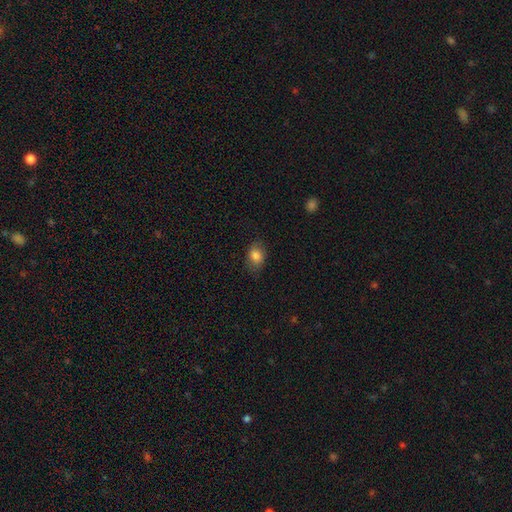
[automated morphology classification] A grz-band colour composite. It shows a smooth galaxy with no disk features (82%) that is in between round and cigar-shaped (72%). Merging: none (77%).